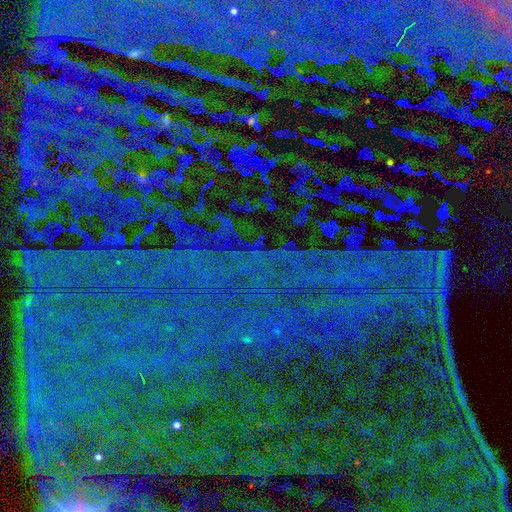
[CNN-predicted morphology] Overall: star or artifact (86%).